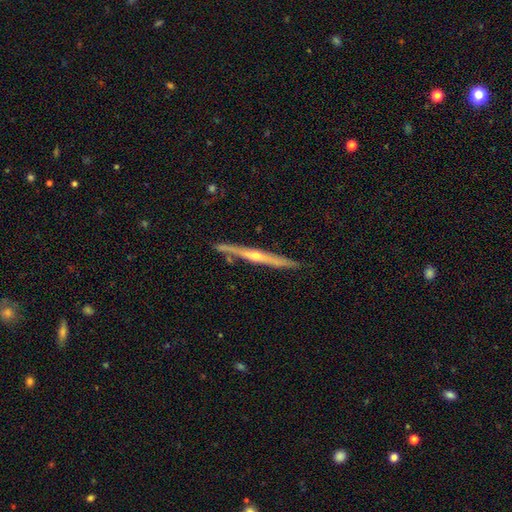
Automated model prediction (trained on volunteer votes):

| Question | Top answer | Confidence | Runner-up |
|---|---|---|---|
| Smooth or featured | featured or disk | 80% | smooth (15%) |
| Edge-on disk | yes | 97% | no (3%) |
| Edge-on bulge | rounded | 78% | none (19%) |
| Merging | none | 86% | minor disturbance (11%) |